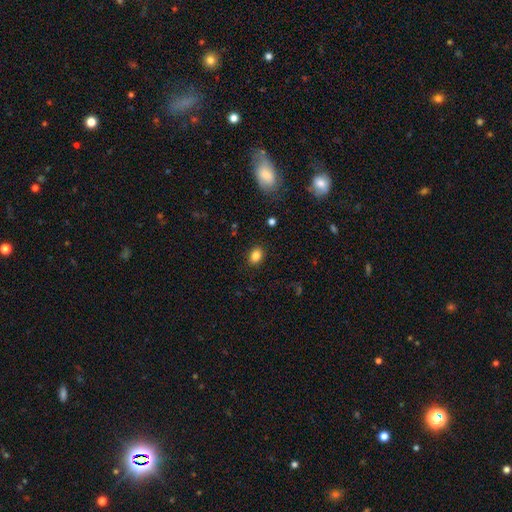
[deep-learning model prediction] This is clearly a smooth galaxy (84%). How rounded: likely in between (66%). Merging: clearly none (88%).